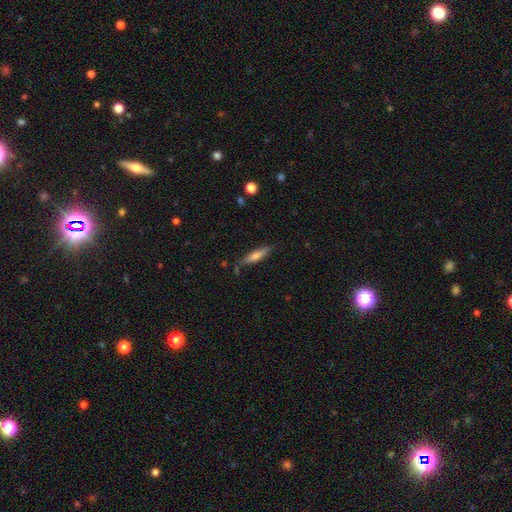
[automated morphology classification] smooth_or_featured: smooth (p=0.65) [alt: featured or disk p=0.28]
how_rounded: cigar-shaped (p=0.77) [alt: in between p=0.22]
merging: none (p=0.78) [alt: minor disturbance p=0.15]